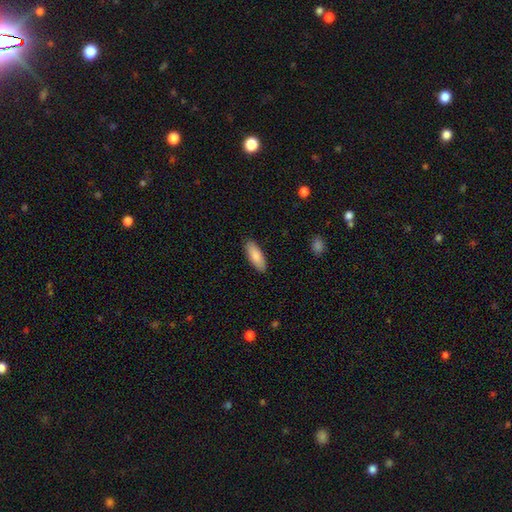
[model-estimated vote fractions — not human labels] smooth-or-featured: smooth: 84% | featured or disk: 11% | star or artifact: 6%
  how-rounded: in between: 72% | cigar-shaped: 26% | round: 2%
  merging: none: 89% | minor disturbance: 8% | major disturbance: 2% | merger: 1%